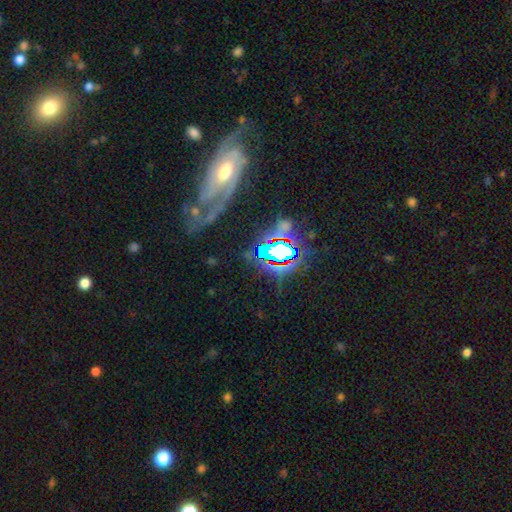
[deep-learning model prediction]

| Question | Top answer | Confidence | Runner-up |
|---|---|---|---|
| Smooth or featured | star or artifact | 43% | featured or disk (37%) |